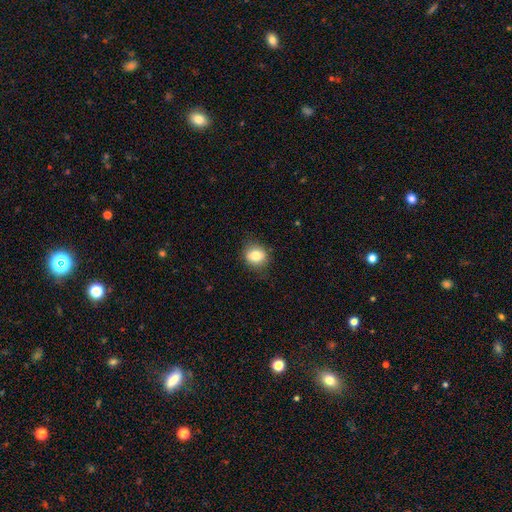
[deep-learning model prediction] A smooth galaxy with no disk features (81%) that is round (66%).

Vote fractions:
- Smooth or featured? smooth: 81% / star or artifact: 10% / featured or disk: 9%
- How rounded? round: 66% / in between: 33% / cigar-shaped: 1%
- Merging? none: 82% / minor disturbance: 14% / major disturbance: 3% / merger: 1%